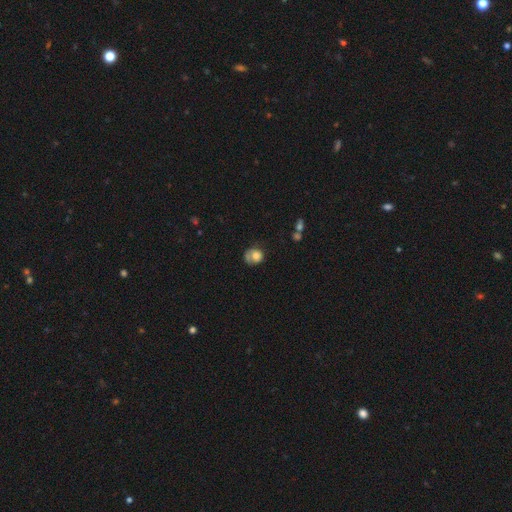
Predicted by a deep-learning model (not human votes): A smooth galaxy with no disk features (66%) that is round (71%).

Vote fractions:
- Smooth or featured? smooth: 66% / featured or disk: 25% / star or artifact: 9%
- How rounded? round: 71% / in between: 28% / cigar-shaped: 1%
- Merging? none: 42% / minor disturbance: 27% / major disturbance: 23% / merger: 7%